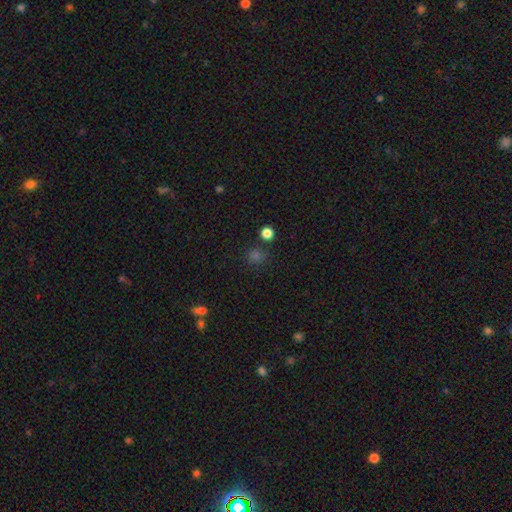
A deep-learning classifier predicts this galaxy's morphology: A smooth galaxy with no disk features (68%) that is round (90%). Merging: none (83%).